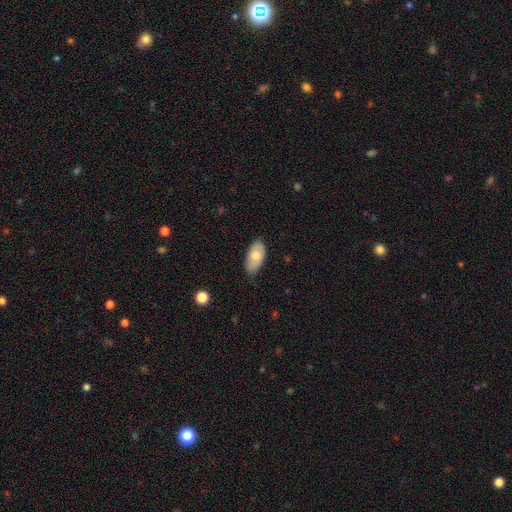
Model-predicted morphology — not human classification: The model was most divided on "merging": none: 76%, minor disturbance: 20%, major disturbance: 3%, merger: 1%. More confident: how rounded — in between (94%); smooth or featured — smooth (75%).